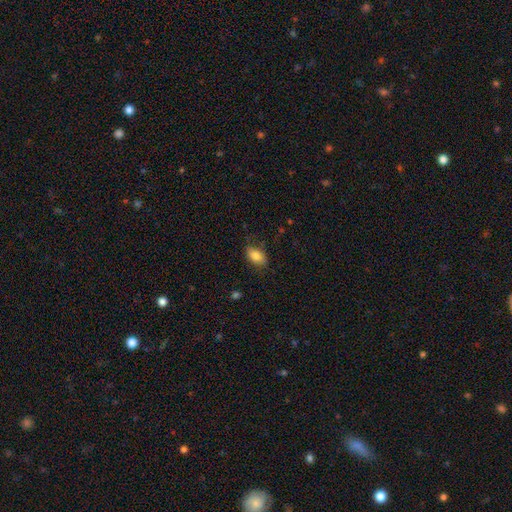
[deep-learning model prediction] Smooth or featured?
  - smooth: 80% *
  - featured or disk: 12%
  - star or artifact: 8%
How rounded?
  - in between: 89% *
  - round: 7%
  - cigar-shaped: 4%
Merging?
  - none: 76% *
  - minor disturbance: 19%
  - major disturbance: 5%
  - merger: 1%